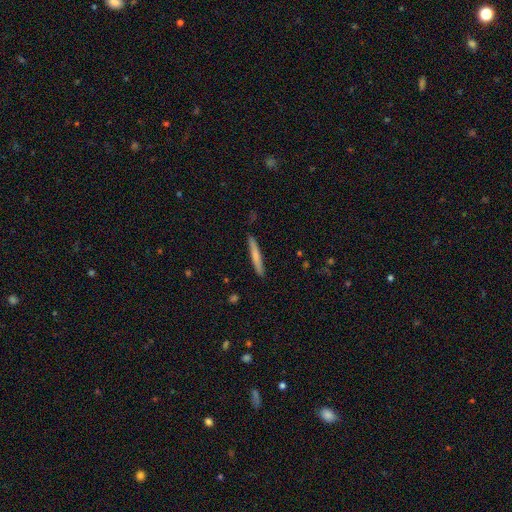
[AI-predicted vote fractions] smooth-or-featured: smooth: 66% | featured or disk: 29% | star or artifact: 5%
  how-rounded: cigar-shaped: 96% | in between: 3% | round: 1%
  merging: none: 89% | minor disturbance: 8% | major disturbance: 1% | merger: 1%